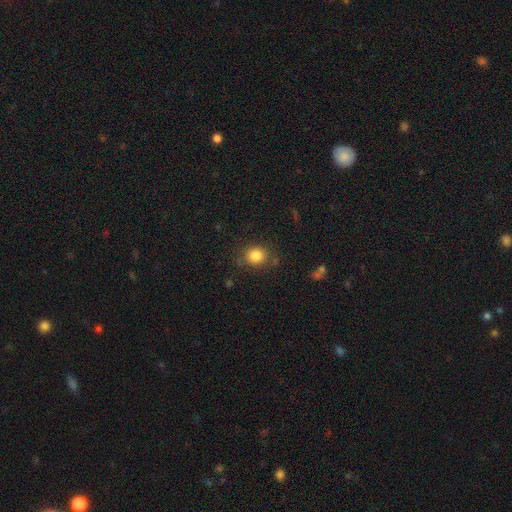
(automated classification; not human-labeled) Q: Smooth or featured?
A: smooth (83%); runner-up: star or artifact (11%)
Q: How rounded?
A: round (75%); runner-up: in between (24%)
Q: Merging?
A: none (79%); runner-up: minor disturbance (14%)